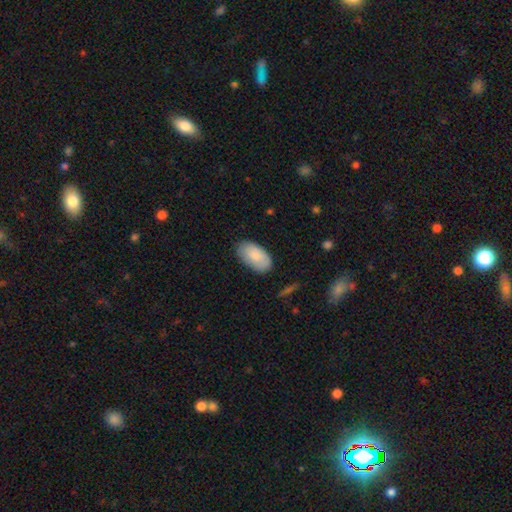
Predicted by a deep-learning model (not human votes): Q: Smooth or featured?
A: smooth (84%); runner-up: featured or disk (10%)
Q: How rounded?
A: in between (95%); runner-up: round (3%)
Q: Merging?
A: none (80%); runner-up: minor disturbance (16%)